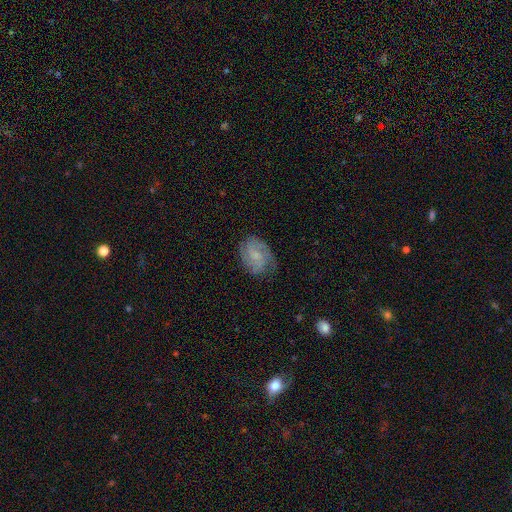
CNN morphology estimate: Smooth or featured? Predicted: featured or disk (p=0.65). Edge-on disk? Predicted: no (p=0.98). Bar? Predicted: no (p=0.63). Spiral arms? Predicted: yes (p=0.90). Spiral winding? Predicted: medium (p=0.43). Spiral arm count? Predicted: can't tell (p=0.30). Bulge size? Predicted: small (p=0.59). Merging? Predicted: none (p=0.69).